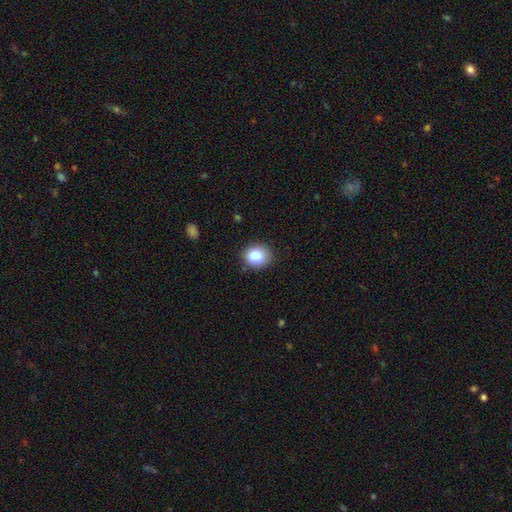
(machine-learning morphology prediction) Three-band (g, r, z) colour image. It shows a smooth galaxy with no disk features (86%) that is round (69%). Merging: none (84%).